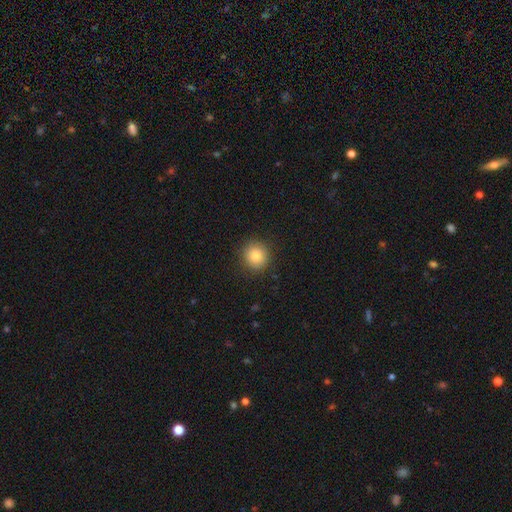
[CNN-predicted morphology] This appears to be a smooth galaxy with no disk features (83%) that is round (91%). Merging: none (90%).